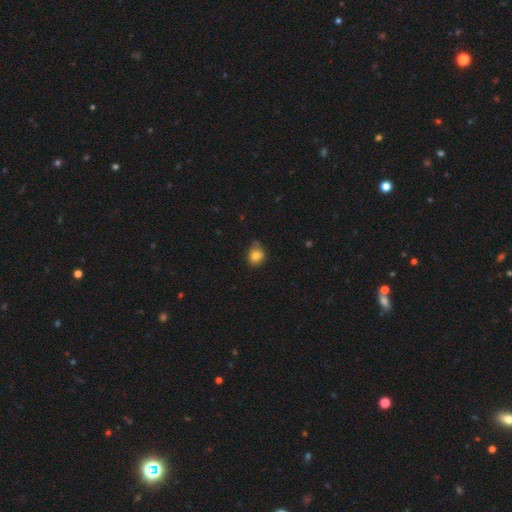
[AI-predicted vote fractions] Q: Smooth or featured?
A: smooth (79%); runner-up: featured or disk (11%)
Q: How rounded?
A: round (62%); runner-up: in between (37%)
Q: Merging?
A: none (58%); runner-up: minor disturbance (33%)